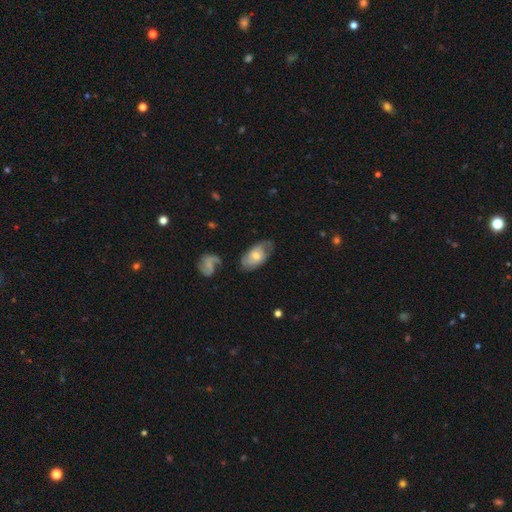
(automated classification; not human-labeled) A featured or disk galaxy (52%).

Vote fractions:
- Smooth or featured? featured or disk: 52% / smooth: 41% / star or artifact: 7%
- Edge-on disk? no: 91% / yes: 9%
- Merging? none: 59% / minor disturbance: 26% / major disturbance: 11% / merger: 4%